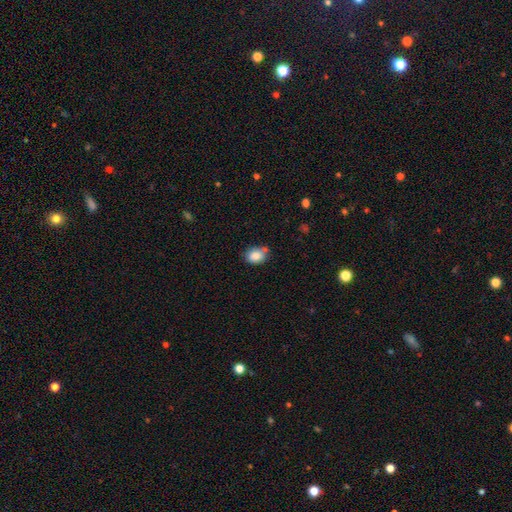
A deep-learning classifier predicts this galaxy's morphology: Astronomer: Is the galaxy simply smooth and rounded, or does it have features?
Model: smooth — 85%.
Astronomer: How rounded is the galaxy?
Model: in between — 67%.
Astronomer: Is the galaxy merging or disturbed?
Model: none — 65%.